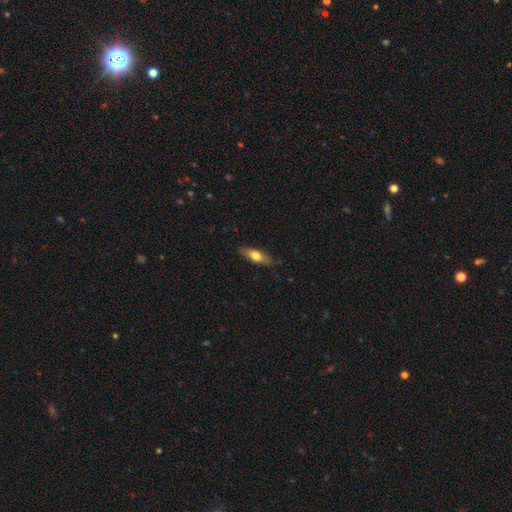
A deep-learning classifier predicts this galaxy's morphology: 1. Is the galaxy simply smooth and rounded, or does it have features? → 67% smooth, 27% featured or disk, 6% star or artifact.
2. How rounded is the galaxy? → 58% in between, 40% cigar-shaped, 3% round.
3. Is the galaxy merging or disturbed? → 83% none, 14% minor disturbance, 3% major disturbance, 1% merger.